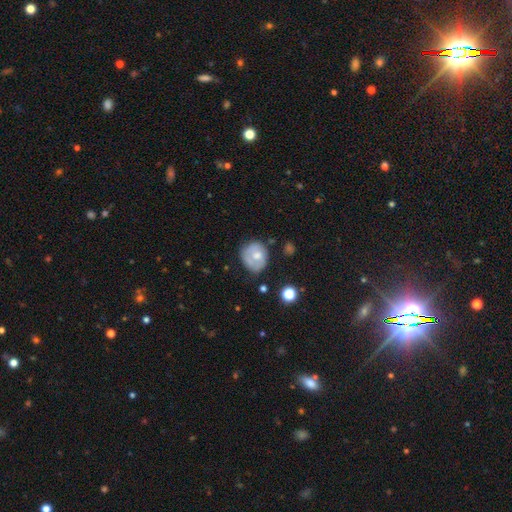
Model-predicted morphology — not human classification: Overall: smooth (57%; featured or disk 35%). How rounded: round (69%; in between 31%). Merging: none (54%; minor disturbance 30%).